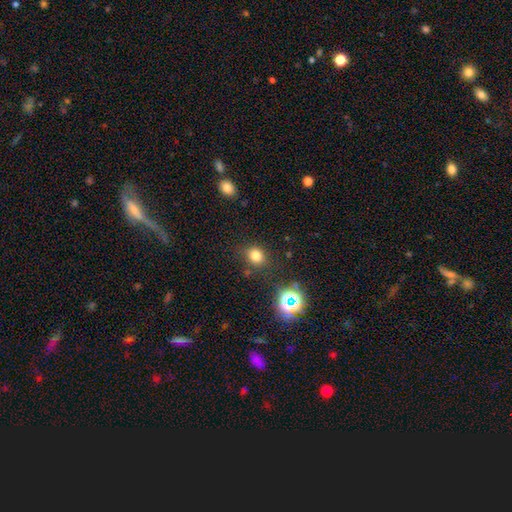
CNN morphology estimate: Smooth or featured: smooth — 74% (star or artifact — 19%)
How rounded: round — 65% (in between — 34%)
Merging: none — 81% (minor disturbance — 11%)